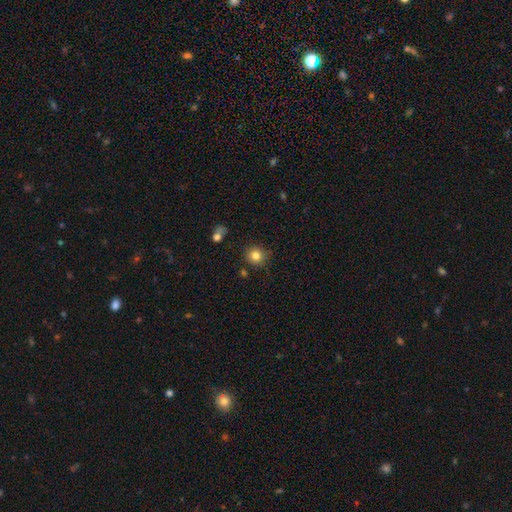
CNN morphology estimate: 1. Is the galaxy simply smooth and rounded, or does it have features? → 82% smooth, 12% star or artifact, 7% featured or disk.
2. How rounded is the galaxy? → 89% round, 10% in between, 1% cigar-shaped.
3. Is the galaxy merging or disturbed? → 85% none, 9% minor disturbance, 3% merger, 3% major disturbance.